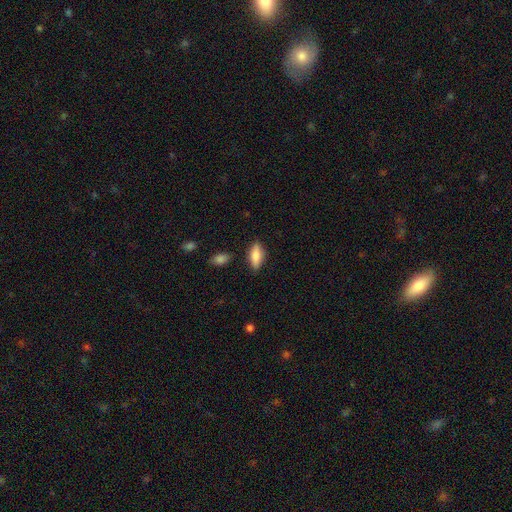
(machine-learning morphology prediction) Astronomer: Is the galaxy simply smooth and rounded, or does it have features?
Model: smooth — 75%.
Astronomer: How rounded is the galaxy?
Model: in between — 75%.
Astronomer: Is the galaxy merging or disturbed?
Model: none — 82%.